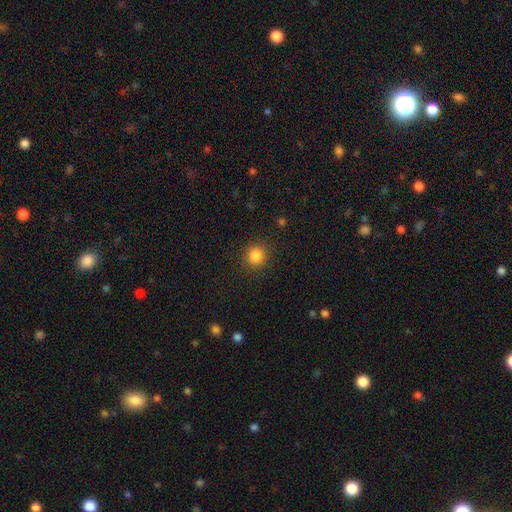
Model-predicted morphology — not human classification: Smooth or featured? Predicted: smooth (p=0.85). How rounded? Predicted: round (p=0.91). Merging? Predicted: none (p=0.89).